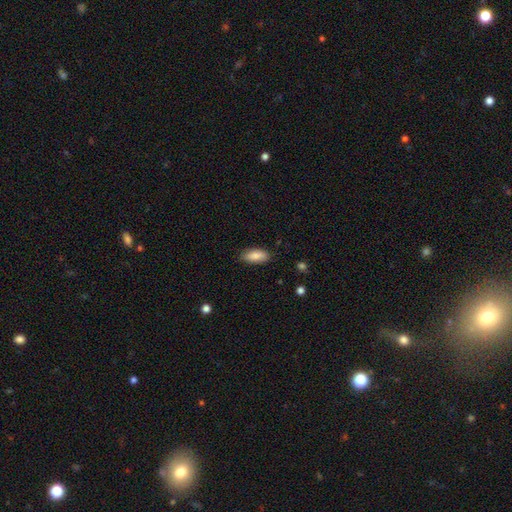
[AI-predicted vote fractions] This appears to be a smooth galaxy with no disk features (85%) that is in between round and cigar-shaped (85%). Merging: none (83%).